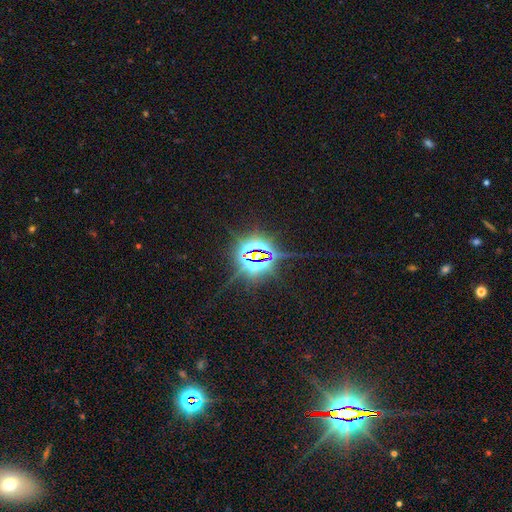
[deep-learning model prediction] smooth_or_featured: star or artifact (p=0.84) [alt: featured or disk p=0.08]